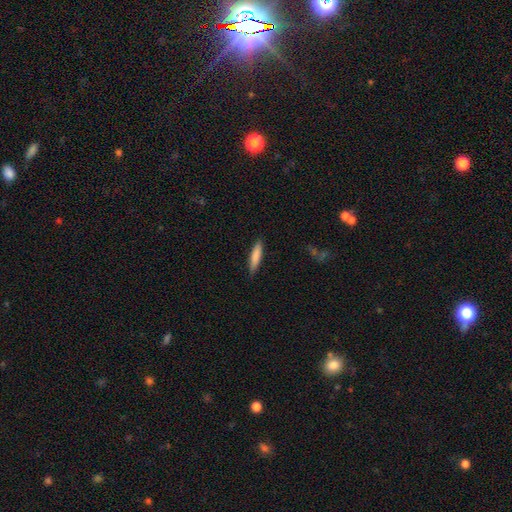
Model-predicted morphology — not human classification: smooth_or_featured: smooth (p=0.80) [alt: featured or disk p=0.14]
how_rounded: cigar-shaped (p=0.85) [alt: in between p=0.14]
merging: none (p=0.86) [alt: minor disturbance p=0.11]